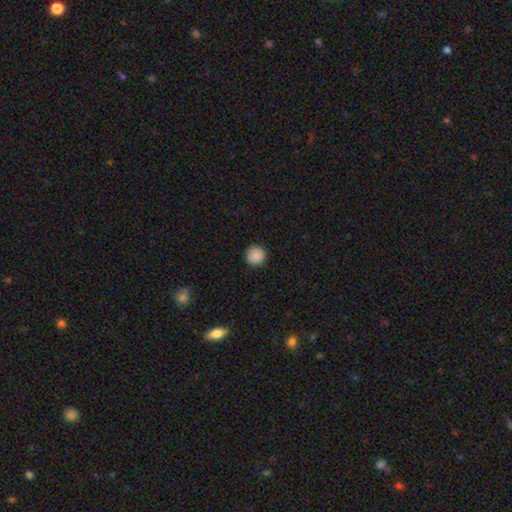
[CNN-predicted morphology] smooth-or-featured: smooth: 88% | star or artifact: 9% | featured or disk: 3%
  how-rounded: round: 95% | in between: 4% | cigar-shaped: 1%
  merging: none: 92% | minor disturbance: 5% | major disturbance: 2% | merger: 1%